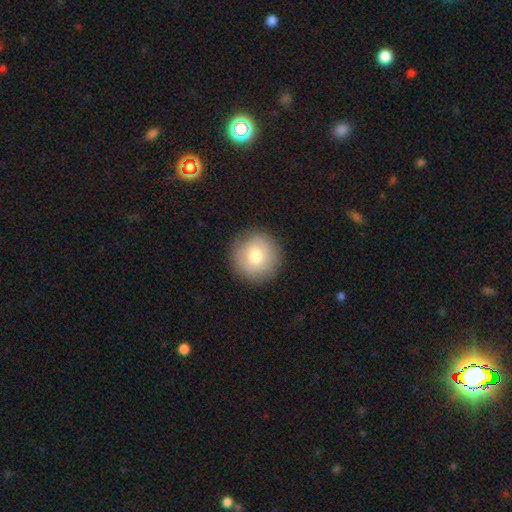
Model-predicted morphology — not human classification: A smooth galaxy with no disk features (75%) that is round (95%).

Vote fractions:
- Smooth or featured? smooth: 75% / featured or disk: 16% / star or artifact: 9%
- How rounded? round: 95% / in between: 4% / cigar-shaped: 1%
- Merging? none: 88% / minor disturbance: 8% / major disturbance: 3% / merger: 1%